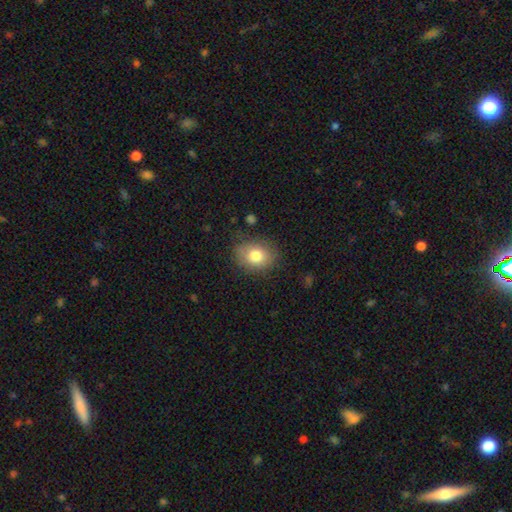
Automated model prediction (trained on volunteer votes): smooth-or-featured: smooth: 79% | featured or disk: 12% | star or artifact: 9%
  how-rounded: in between: 55% | round: 44% | cigar-shaped: 1%
  merging: none: 80% | minor disturbance: 15% | major disturbance: 4% | merger: 1%